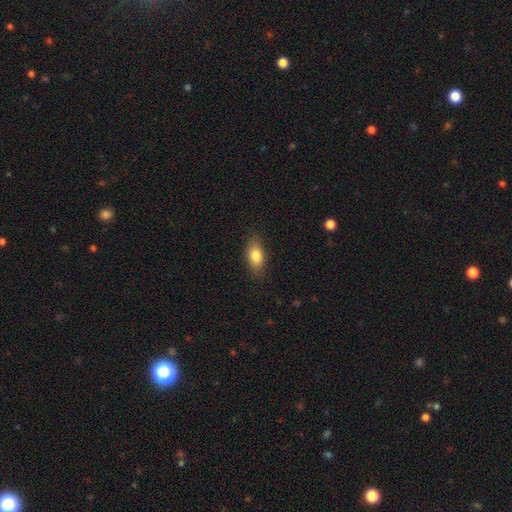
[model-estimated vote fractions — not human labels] A smooth galaxy with no disk features (81%) that is in between round and cigar-shaped (85%). Merging: none (85%).